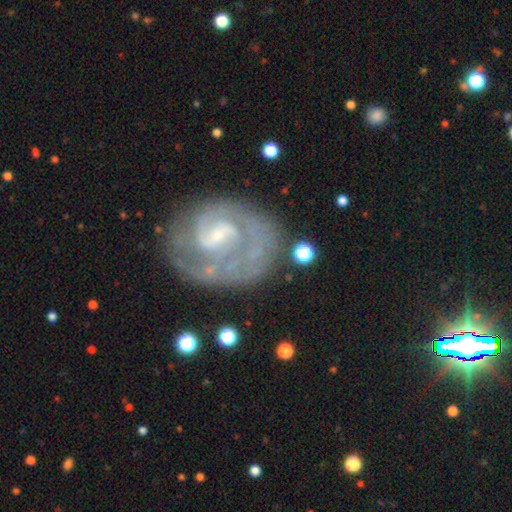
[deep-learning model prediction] featured or disk 70%, smooth 17%, star or artifact 13%. Down the decision tree: edge-on disk — no (97%); bar — weak (45%); spiral arms — yes (76%); spiral arm count — can't tell (35%); spiral winding — tight (58%); bulge size — small (39%); merging — none (63%).